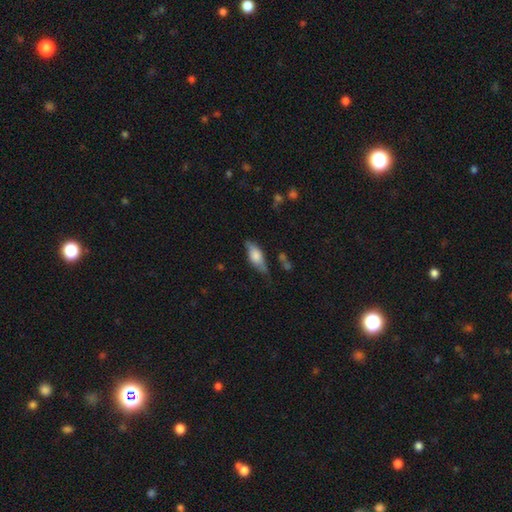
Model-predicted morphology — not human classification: type=smooth (63%); roundness=in between (73%); merging=none (60%).